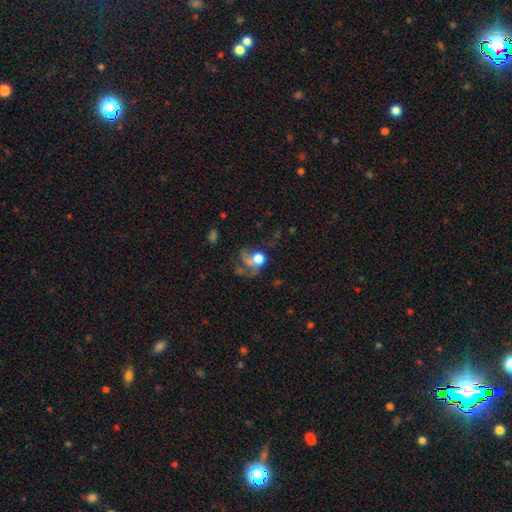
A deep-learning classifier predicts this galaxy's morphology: featured or disk 44%, smooth 42%, star or artifact 14%. Down the decision tree: merging — major disturbance (50%).